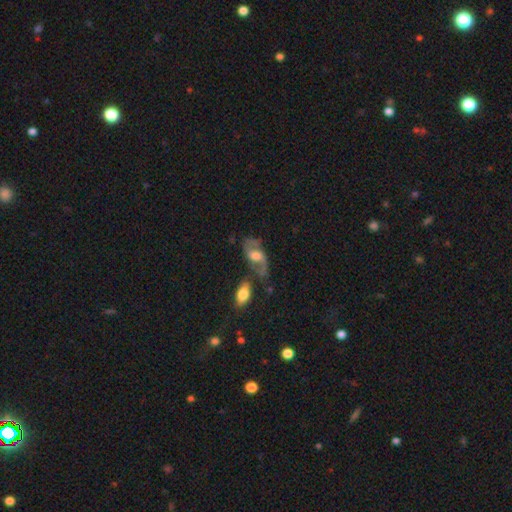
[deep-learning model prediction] Smooth or featured? featured or disk (69%)
Edge-on disk? no (90%)
Bar? weak (46%)
Spiral arms? yes (80%)
Bulge size? moderate (49%)
Merging? none (54%)